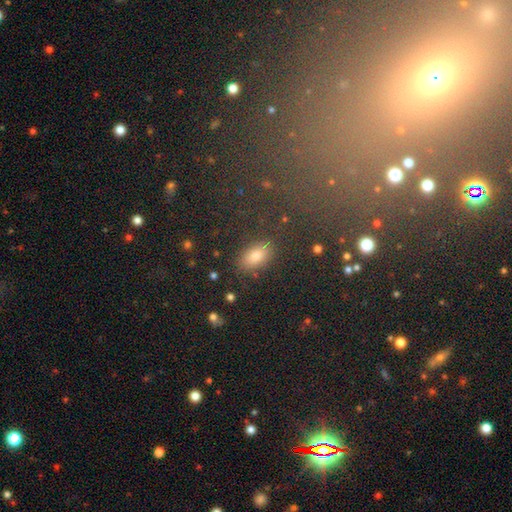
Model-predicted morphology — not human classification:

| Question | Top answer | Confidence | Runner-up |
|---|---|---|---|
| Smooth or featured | smooth | 74% | star or artifact (17%) |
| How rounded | in between | 91% | round (5%) |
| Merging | none | 88% | minor disturbance (8%) |